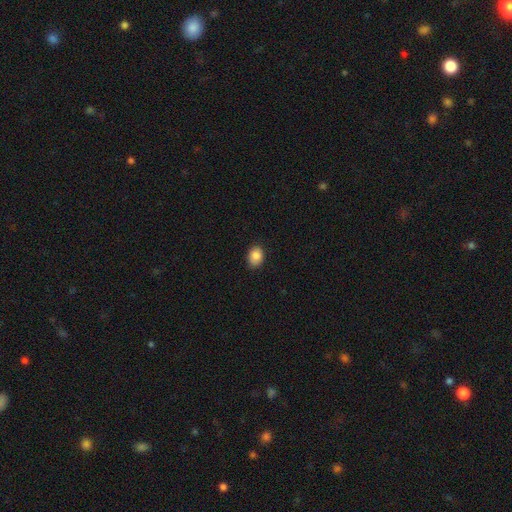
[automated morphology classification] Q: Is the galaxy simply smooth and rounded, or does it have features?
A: smooth — 86%.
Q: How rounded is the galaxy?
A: in between — 65%.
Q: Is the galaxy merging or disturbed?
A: none — 86%.